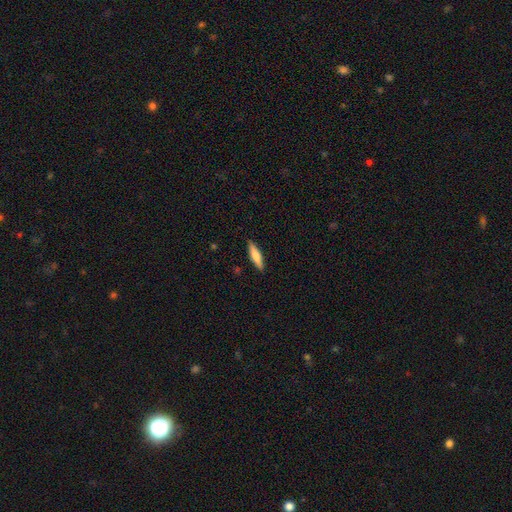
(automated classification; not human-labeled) A smooth galaxy with no disk features (64%) that is cigar-shaped (73%).

Vote fractions:
- Smooth or featured? smooth: 64% / featured or disk: 30% / star or artifact: 6%
- How rounded? cigar-shaped: 73% / in between: 25% / round: 2%
- Merging? none: 89% / minor disturbance: 8% / major disturbance: 2% / merger: 1%